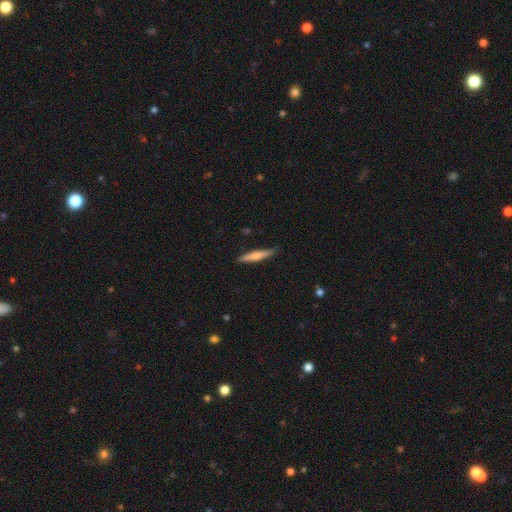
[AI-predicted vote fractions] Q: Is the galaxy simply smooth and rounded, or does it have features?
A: smooth — 61%.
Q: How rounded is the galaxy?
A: cigar-shaped — 92%.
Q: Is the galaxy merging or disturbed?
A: none — 88%.